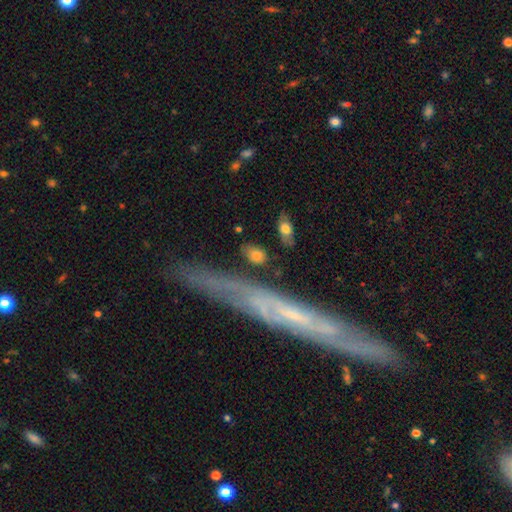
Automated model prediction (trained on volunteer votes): smooth 76%, featured or disk 16%, star or artifact 8%. Down the decision tree: how rounded — in between (75%); merging — none (74%).